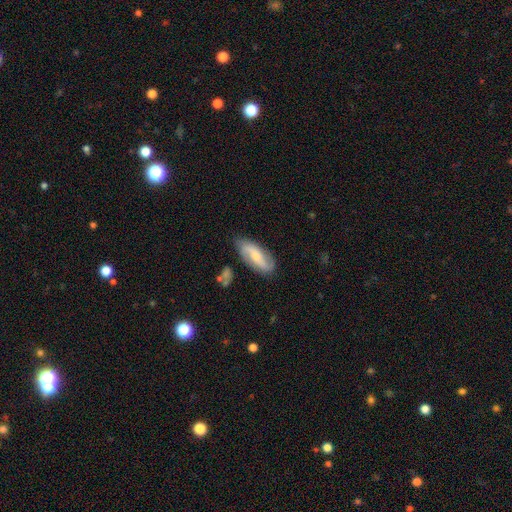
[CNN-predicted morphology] Smooth or featured? featured or disk (68%)
Edge-on disk? no (90%)
Bar? no (44%)
Spiral arms? yes (91%)
Spiral winding? loose (56%)
Spiral arm count? 2 (89%)
Bulge size? small (50%)
Merging? none (79%)